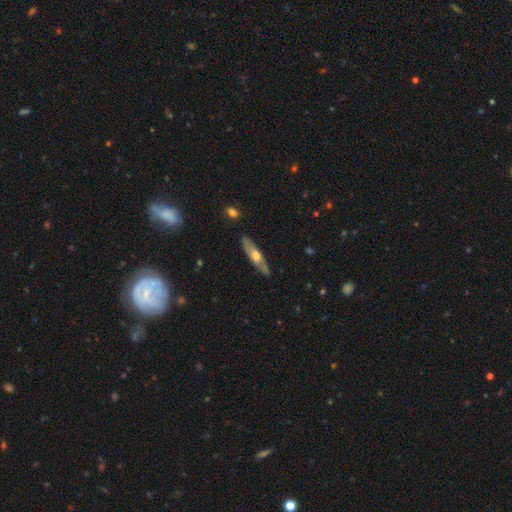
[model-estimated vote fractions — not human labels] Smooth or featured? featured or disk (58%)
Edge-on disk? yes (72%)
Merging? none (83%)